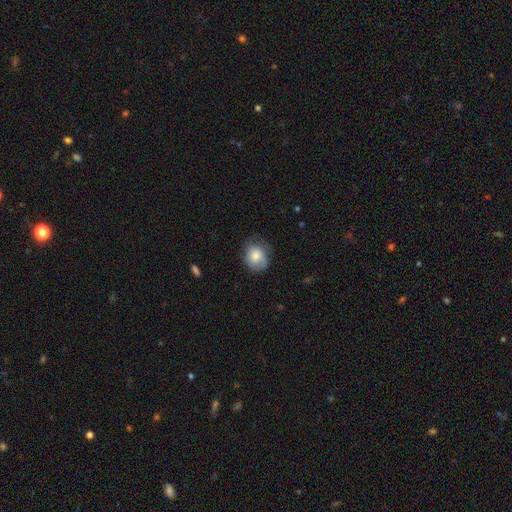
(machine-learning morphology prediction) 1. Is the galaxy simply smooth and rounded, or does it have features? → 78% smooth, 14% featured or disk, 8% star or artifact.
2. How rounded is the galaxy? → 65% round, 34% in between, 1% cigar-shaped.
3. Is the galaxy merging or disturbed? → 65% none, 26% minor disturbance, 8% major disturbance, 1% merger.